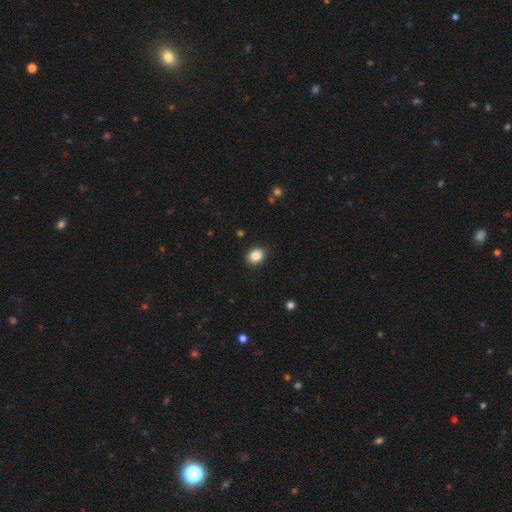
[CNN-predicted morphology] Smooth or featured? Predicted: smooth (p=0.87). How rounded? Predicted: in between (p=0.59). Merging? Predicted: none (p=0.89).